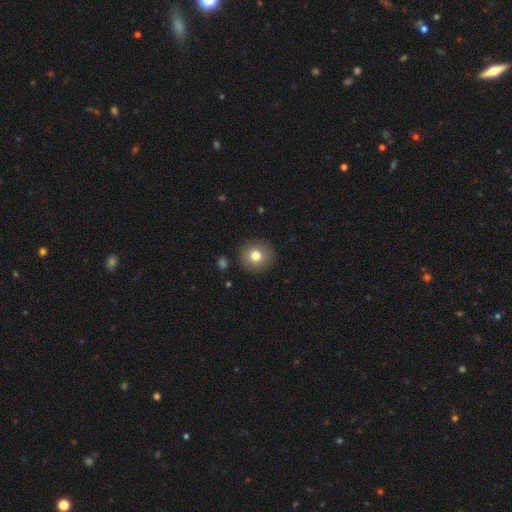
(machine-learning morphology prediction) type=smooth (78%); roundness=round (92%); merging=none (90%).